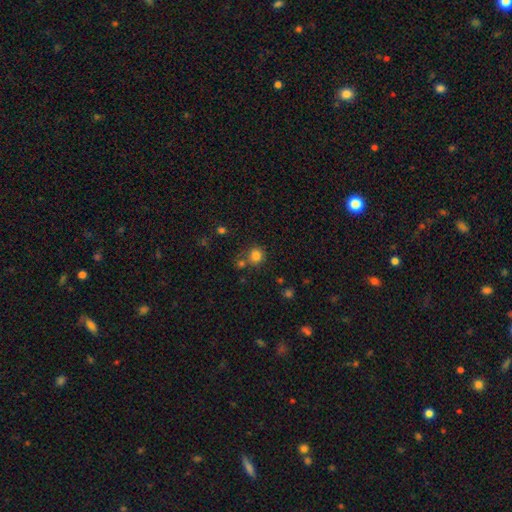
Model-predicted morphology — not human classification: Smooth or featured: smooth — 82% (star or artifact — 13%)
How rounded: round — 90% (in between — 9%)
Merging: none — 70% (merger — 16%)